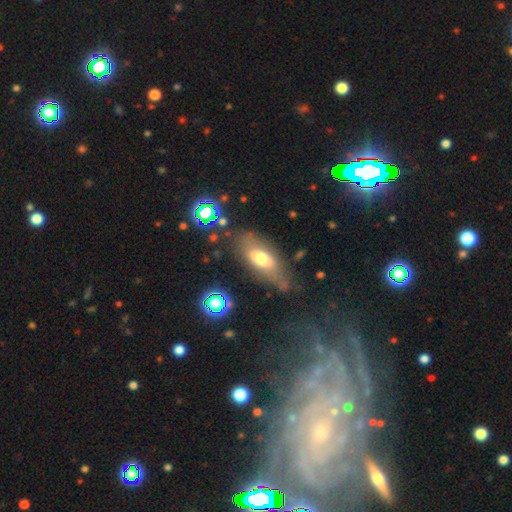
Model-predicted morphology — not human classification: The model was most divided on "smooth or featured": smooth: 59%, featured or disk: 31%, star or artifact: 11%. More confident: how rounded — in between (77%); merging — none (58%).